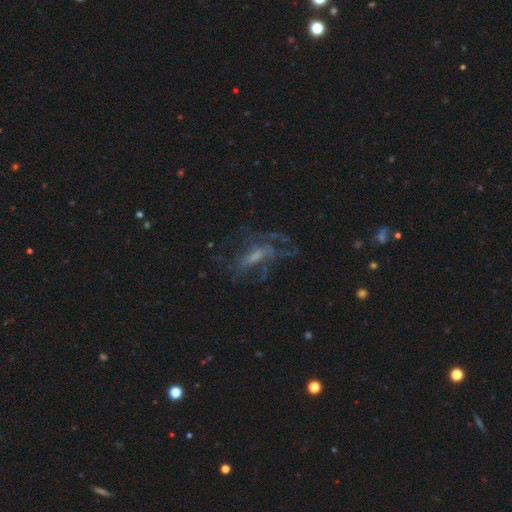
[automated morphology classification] This is likely a featured or disk galaxy (69%). It is clearly not viewed edge-on (89%). Bar: marginally no (44%). Spiral arm pattern: likely yes (68%). Central bulge: marginally moderate (36%). Merging: possibly none (51%).